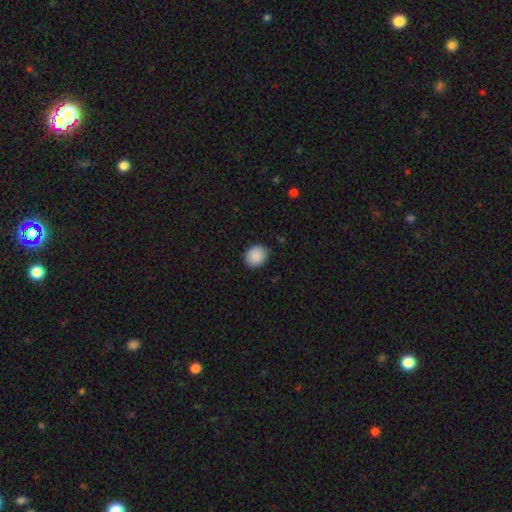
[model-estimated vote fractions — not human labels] smooth 90%, star or artifact 7%, featured or disk 3%. Down the decision tree: how rounded — round (68%); merging — none (86%).